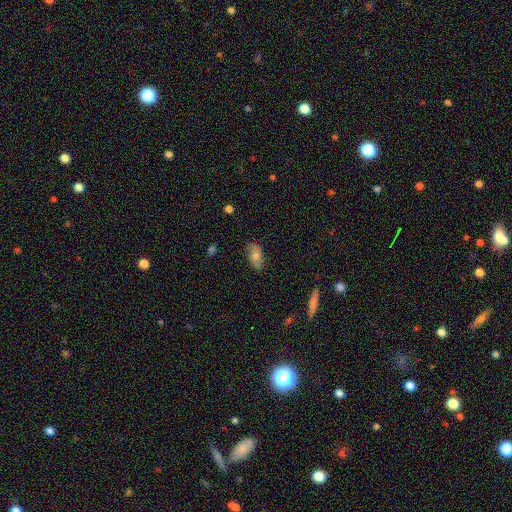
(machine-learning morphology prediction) A smooth galaxy with no disk features (56%) that is in between round and cigar-shaped (88%).

Vote fractions:
- Smooth or featured? smooth: 56% / featured or disk: 35% / star or artifact: 9%
- How rounded? in between: 88% / cigar-shaped: 6% / round: 5%
- Merging? none: 78% / minor disturbance: 17% / major disturbance: 3% / merger: 1%